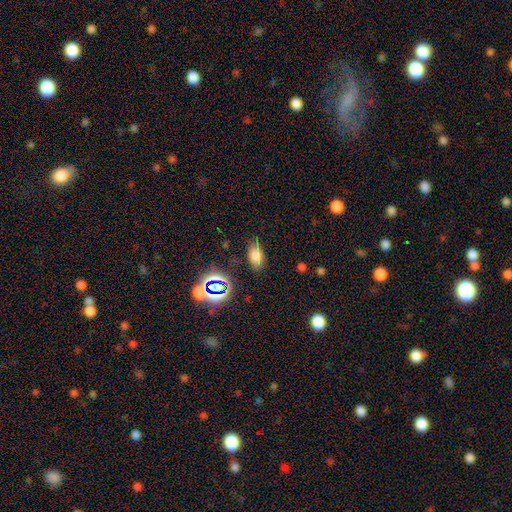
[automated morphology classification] This is likely a smooth galaxy (73%). How rounded: clearly in between (89%). Merging: likely none (79%).